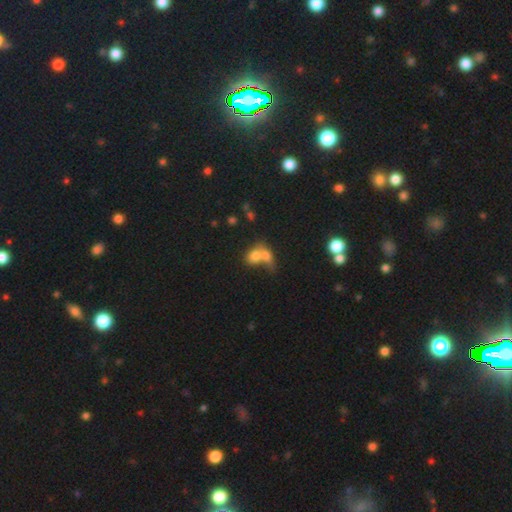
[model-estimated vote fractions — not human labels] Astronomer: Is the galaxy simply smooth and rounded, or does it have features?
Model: smooth — 73%.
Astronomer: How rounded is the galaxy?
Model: in between — 59% (runner-up: round, 38%).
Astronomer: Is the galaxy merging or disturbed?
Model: merger — 71%.